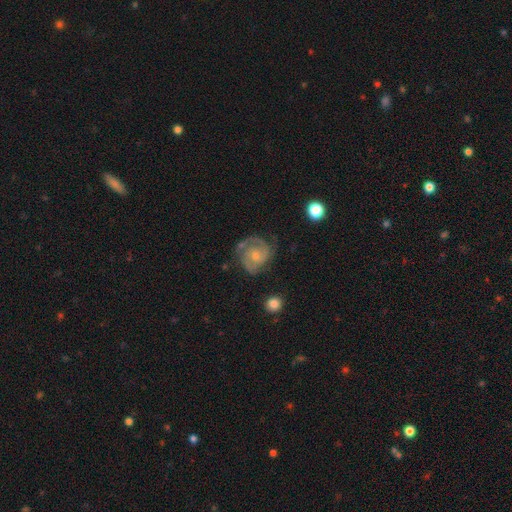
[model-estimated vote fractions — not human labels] Overall: featured or disk (84%). Edge-on disk: no (98%). Bar: no (63%; weak 32%). Spiral arms: yes (96%). Spiral arm count: 2 (69%). Spiral winding: tight (51%; medium 40%). Bulge size: small (51%; moderate 39%). Merging: none (69%).